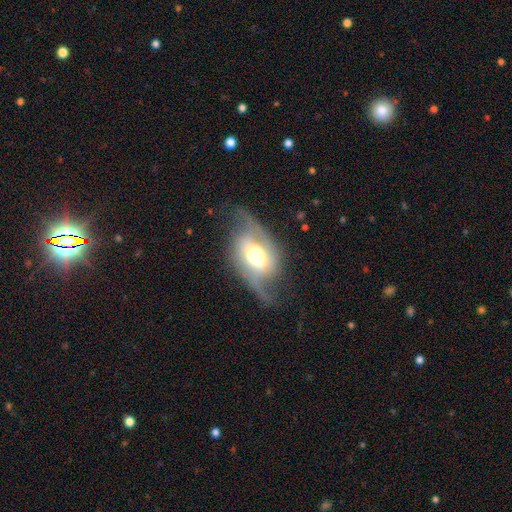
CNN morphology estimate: Overall: featured or disk (77%). Edge-on disk: no (92%). Bar: no (47%; weak 36%). Spiral arms: yes (90%). Spiral arm count: 2 (89%). Spiral winding: loose (61%; medium 30%). Bulge size: moderate (42%; large 41%). Merging: none (57%; minor disturbance 24%).